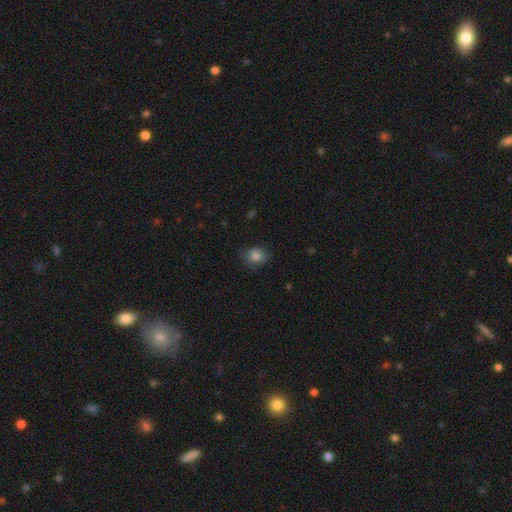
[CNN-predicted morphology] Overall: smooth (83%). How rounded: round (61%; in between 38%). Merging: none (76%).